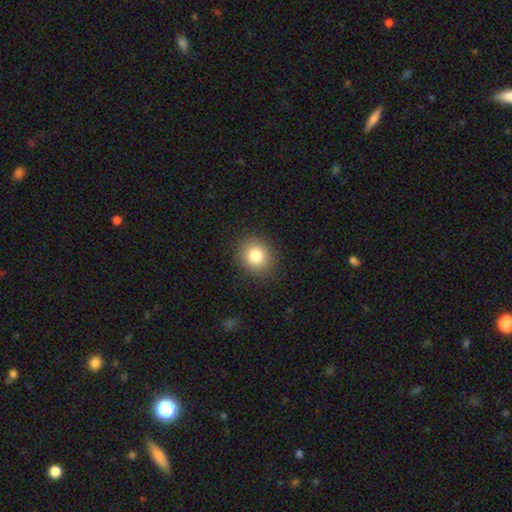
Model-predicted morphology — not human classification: Smooth or featured: smooth — 82% (star or artifact — 10%)
How rounded: round — 76% (in between — 23%)
Merging: none — 89% (minor disturbance — 7%)